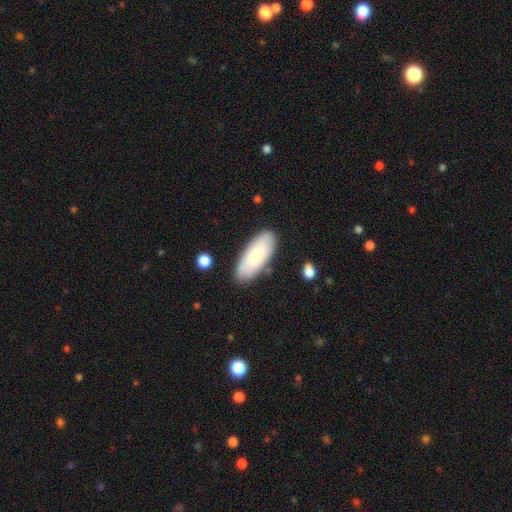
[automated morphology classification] Smooth or featured: smooth — 73% (featured or disk — 21%)
How rounded: in between — 83% (cigar-shaped — 15%)
Merging: none — 84% (minor disturbance — 11%)